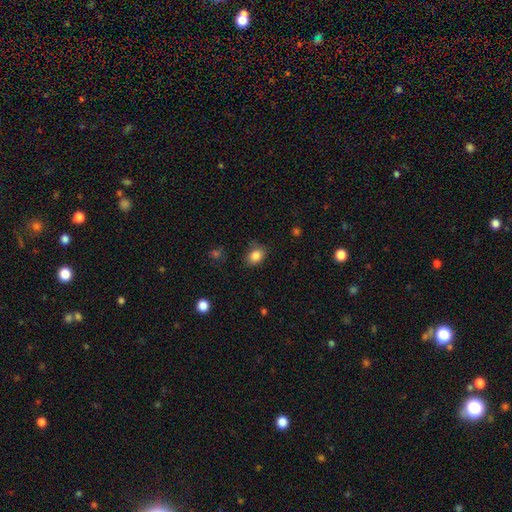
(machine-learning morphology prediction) smooth_or_featured: smooth (p=0.85) [alt: star or artifact p=0.10]
how_rounded: in between (p=0.65) [alt: round p=0.34]
merging: none (p=0.74) [alt: minor disturbance p=0.20]